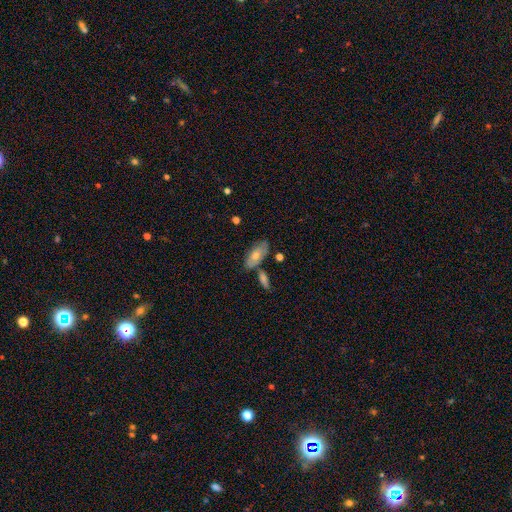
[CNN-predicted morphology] Smooth or featured? Predicted: smooth (p=0.61). How rounded? Predicted: in between (p=0.88). Merging? Predicted: none (p=0.64).